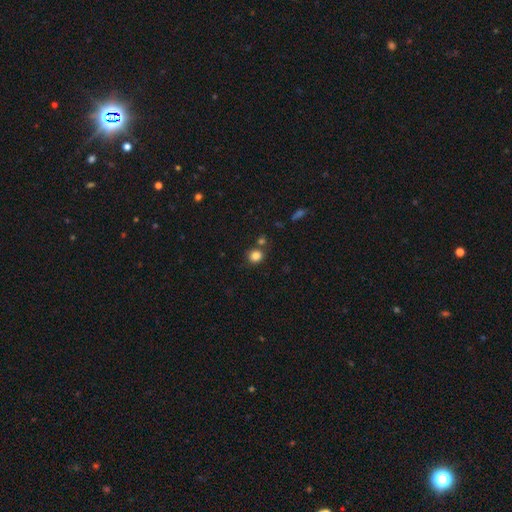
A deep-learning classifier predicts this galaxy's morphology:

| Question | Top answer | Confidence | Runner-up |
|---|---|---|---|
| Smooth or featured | smooth | 84% | star or artifact (11%) |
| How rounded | round | 82% | in between (17%) |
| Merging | none | 73% | merger (14%) |